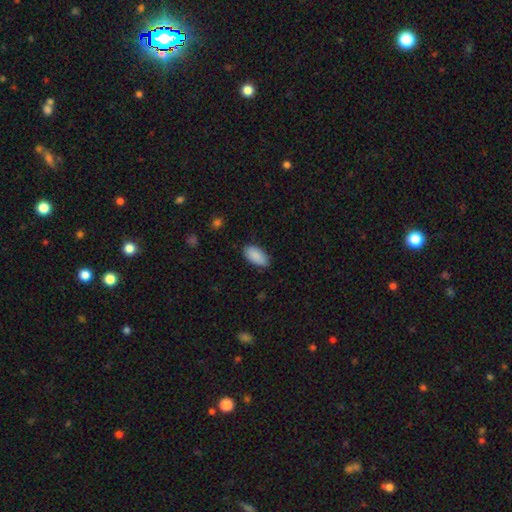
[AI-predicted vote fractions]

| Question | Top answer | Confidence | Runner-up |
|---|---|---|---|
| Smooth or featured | smooth | 89% | star or artifact (6%) |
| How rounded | in between | 94% | cigar-shaped (4%) |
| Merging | none | 81% | minor disturbance (15%) |